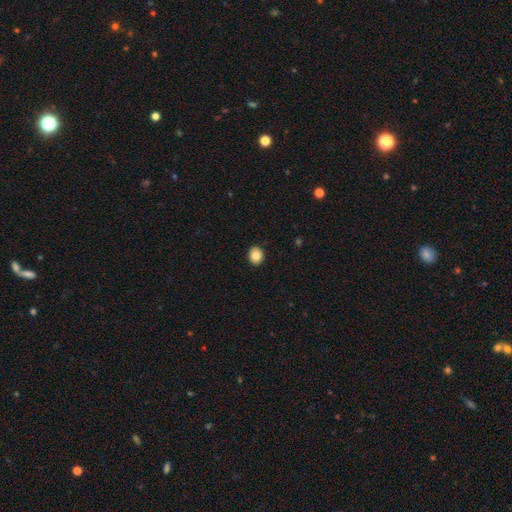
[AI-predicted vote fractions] Morphology: type=smooth (85%); roundness=round (64%); merging=none (92%).